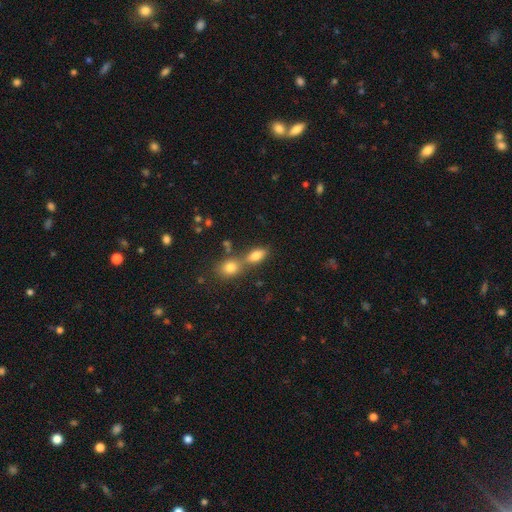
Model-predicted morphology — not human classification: Smooth or featured: smooth — 80% (featured or disk — 10%)
How rounded: in between — 81% (round — 10%)
Merging: merger — 44% (none — 43%)